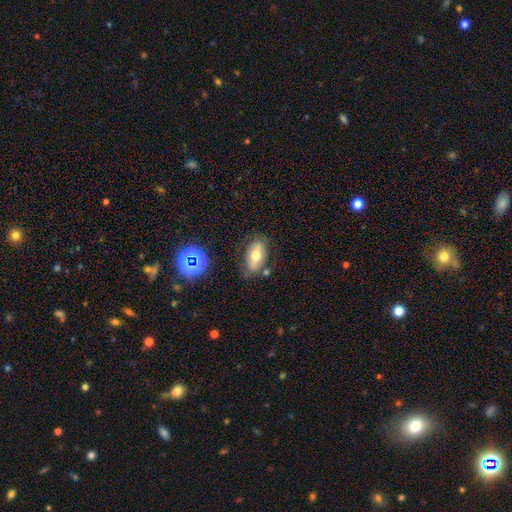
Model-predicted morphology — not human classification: A smooth galaxy with no disk features (60%) that is in between round and cigar-shaped (90%). Merging: none (71%).